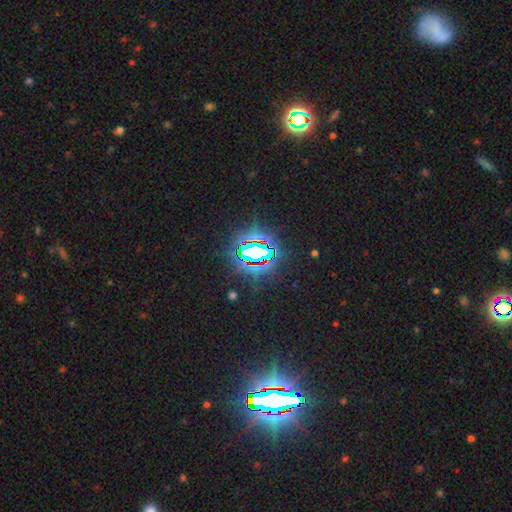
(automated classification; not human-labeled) Overall: star or artifact (76%).